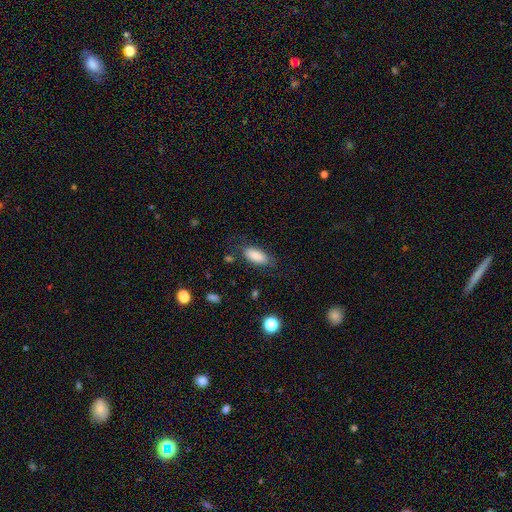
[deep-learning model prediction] Smooth or featured: smooth — 87% (star or artifact — 7%)
How rounded: in between — 86% (cigar-shaped — 12%)
Merging: none — 75% (minor disturbance — 17%)